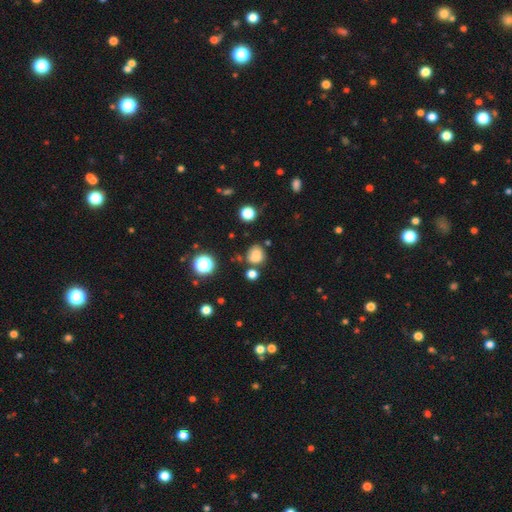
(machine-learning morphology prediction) This appears to be a smooth galaxy with no disk features (75%) that is round (71%). Merging: none (64%).